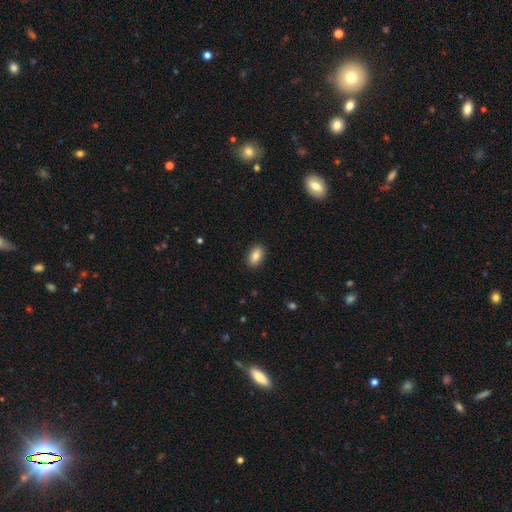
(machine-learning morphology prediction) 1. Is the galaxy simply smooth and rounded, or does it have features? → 84% smooth, 9% featured or disk, 8% star or artifact.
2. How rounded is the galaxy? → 91% in between, 6% round, 3% cigar-shaped.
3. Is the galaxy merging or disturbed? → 89% none, 8% minor disturbance, 2% major disturbance, 1% merger.